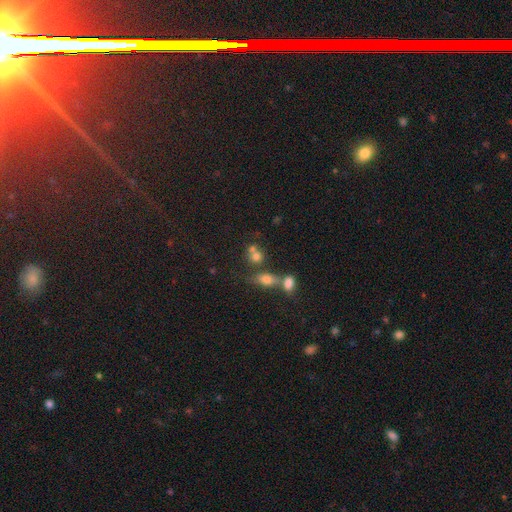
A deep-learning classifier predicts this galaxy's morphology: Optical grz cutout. It shows a smooth galaxy with no disk features (70%) that is round (66%). Merging: merger (45%).